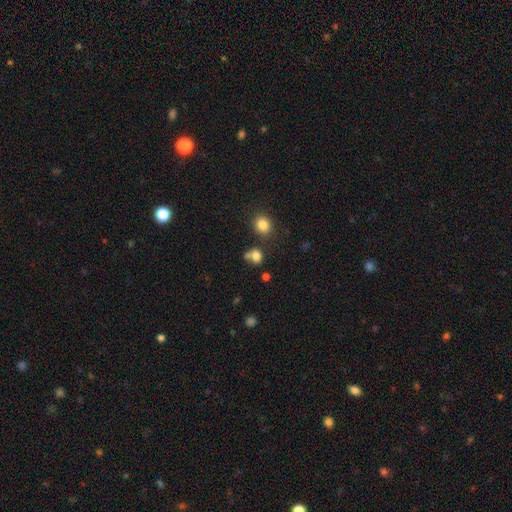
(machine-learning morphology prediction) smooth 79%, star or artifact 14%, featured or disk 8%. Down the decision tree: how rounded — round (60%); merging — none (52%).